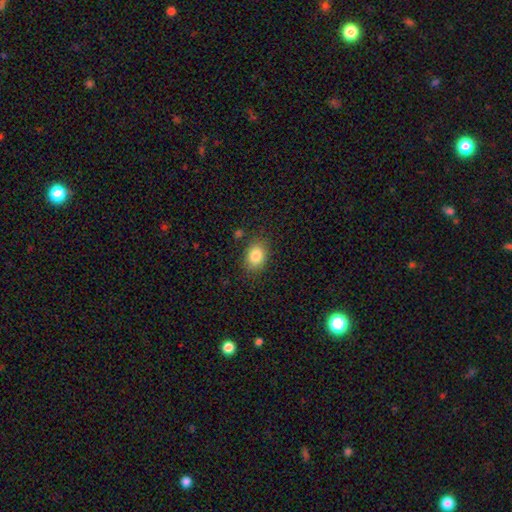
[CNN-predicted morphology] Smooth or featured? smooth (84%)
How rounded? in between (69%)
Merging? none (84%)